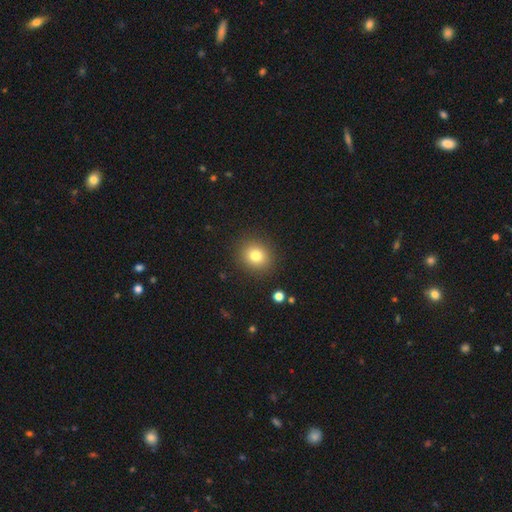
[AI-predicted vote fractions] Q: Smooth or featured?
A: smooth (79%); runner-up: star or artifact (12%)
Q: How rounded?
A: round (82%); runner-up: in between (17%)
Q: Merging?
A: none (89%); runner-up: minor disturbance (7%)